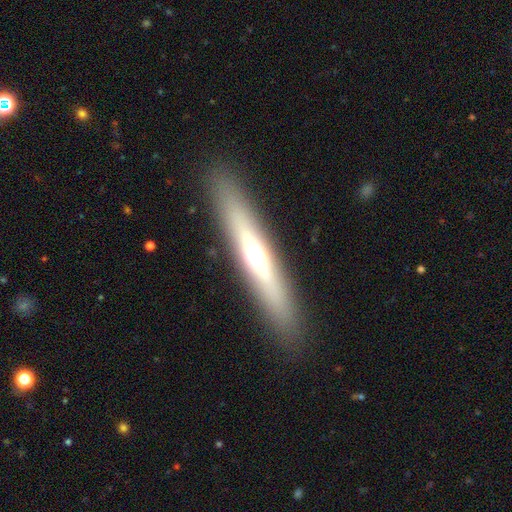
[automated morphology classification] Smooth or featured: featured or disk — 53% (smooth — 40%)
Edge-on disk: yes — 85% (no — 15%)
Merging: none — 89% (minor disturbance — 7%)